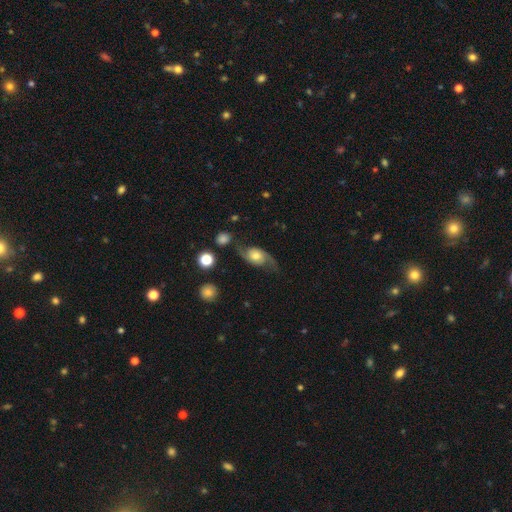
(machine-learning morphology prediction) smooth-or-featured: featured or disk: 70% | smooth: 22% | star or artifact: 7%
  disk-edge-on: no: 92% | yes: 8%
    bar: no: 70% | weak: 25% | strong: 5%
    has-spiral-arms: yes: 92% | no: 8%
      spiral-winding: loose: 63% | medium: 29% | tight: 8%
      spiral-arm-count: 2: 91% | can't tell: 3% | 1: 3% | 3: 1% | 4: 1% | more than 4: 1%
    bulge-size: moderate: 52% | large: 24% | small: 16% | dominant: 4% | none: 4%
  merging: none: 62% | minor disturbance: 21% | major disturbance: 13% | merger: 3%